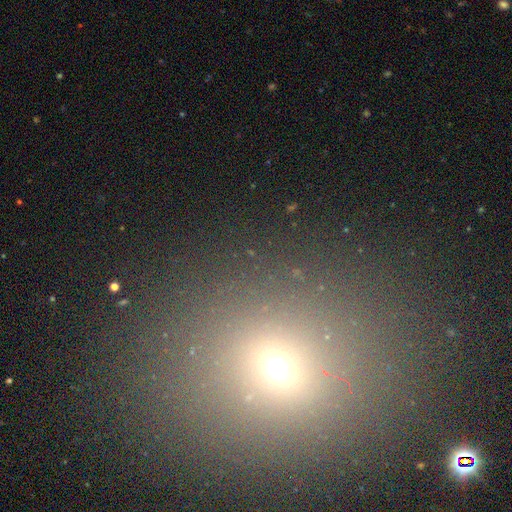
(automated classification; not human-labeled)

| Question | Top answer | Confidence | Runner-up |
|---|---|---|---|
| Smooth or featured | smooth | 55% | star or artifact (33%) |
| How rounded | round | 58% | in between (41%) |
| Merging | none | 85% | minor disturbance (8%) |